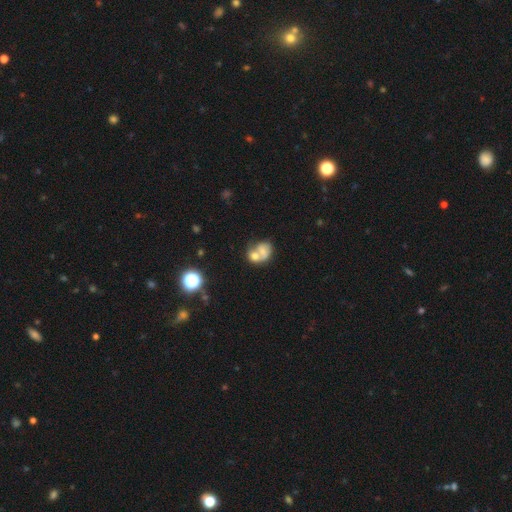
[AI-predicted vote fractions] Overall: smooth (48%; featured or disk 38%). Merging: merger (61%; none 23%).